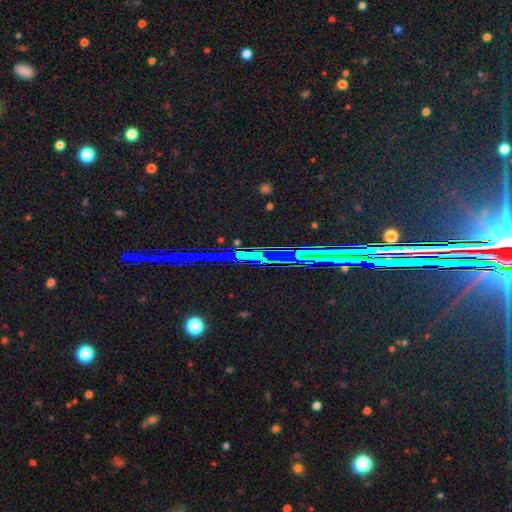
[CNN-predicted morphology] This is clearly a star or artifact rather than a galaxy (83%).